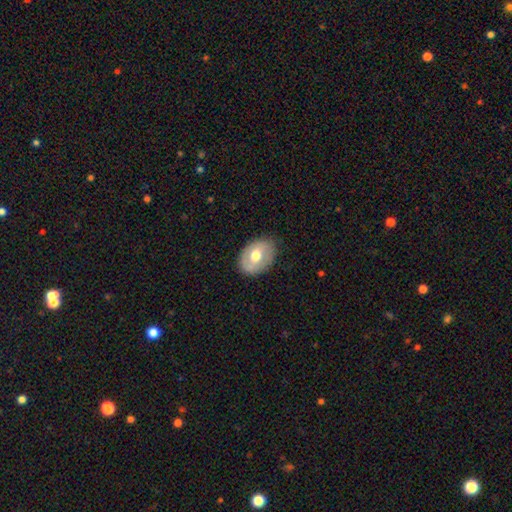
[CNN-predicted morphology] Overall: smooth (57%; featured or disk 37%). How rounded: in between (73%). Merging: none (79%).